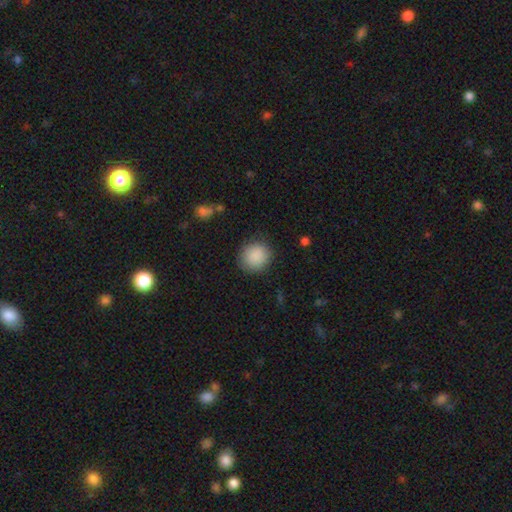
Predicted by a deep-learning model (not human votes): Smooth or featured?
  - smooth: 89% *
  - star or artifact: 8%
  - featured or disk: 3%
How rounded?
  - round: 86% *
  - in between: 13%
  - cigar-shaped: 1%
Merging?
  - none: 87% *
  - minor disturbance: 9%
  - major disturbance: 3%
  - merger: 1%